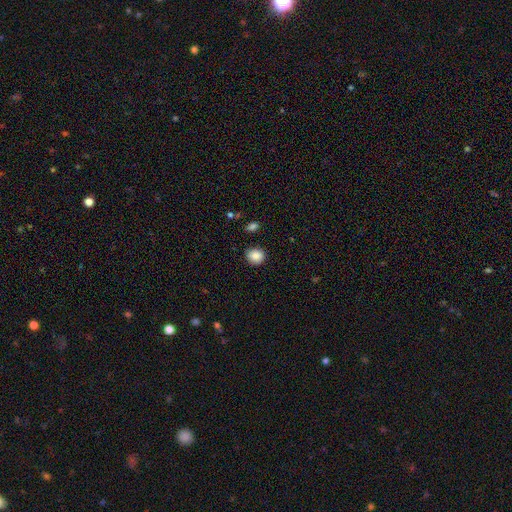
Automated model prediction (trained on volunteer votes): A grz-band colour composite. It shows a smooth galaxy with no disk features (88%) that is round (80%). Merging: none (86%).